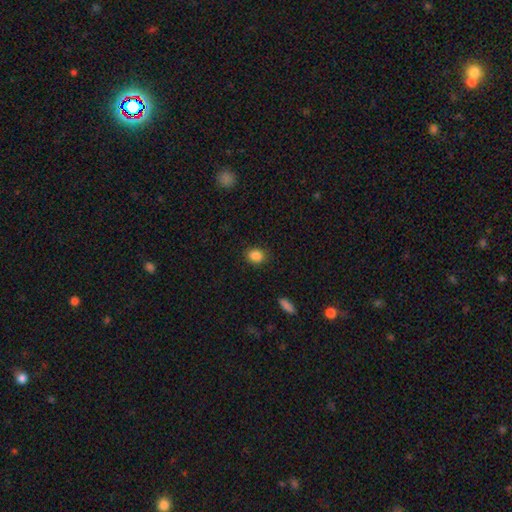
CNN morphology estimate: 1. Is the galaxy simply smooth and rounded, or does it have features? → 87% smooth, 10% star or artifact, 4% featured or disk.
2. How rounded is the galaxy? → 52% round, 46% in between, 1% cigar-shaped.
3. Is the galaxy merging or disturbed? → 87% none, 9% minor disturbance, 3% major disturbance, 1% merger.